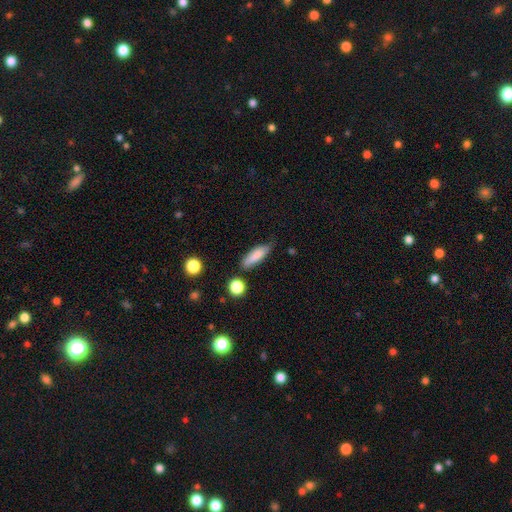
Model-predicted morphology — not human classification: Q: Smooth or featured?
A: smooth (82%); runner-up: featured or disk (11%)
Q: How rounded?
A: cigar-shaped (49%); runner-up: in between (48%)
Q: Merging?
A: none (70%); runner-up: minor disturbance (22%)